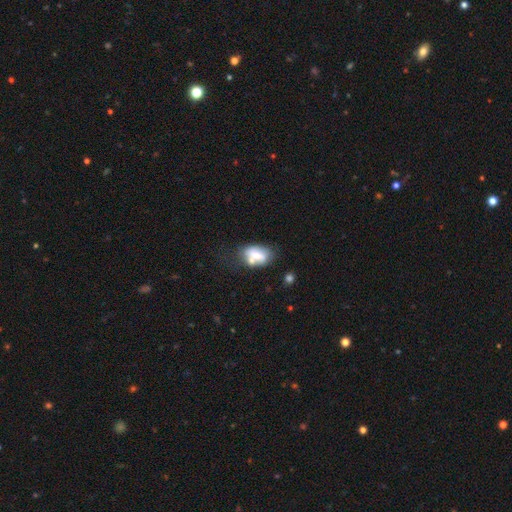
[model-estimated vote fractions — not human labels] Smooth or featured? smooth (60%)
How rounded? in between (85%)
Merging? none (36%)